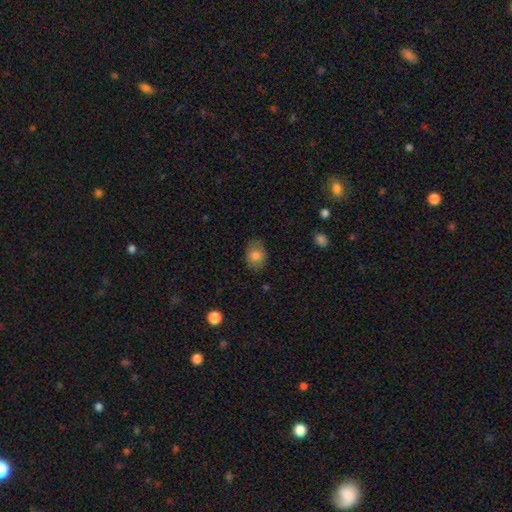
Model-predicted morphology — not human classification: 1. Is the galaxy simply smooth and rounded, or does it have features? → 80% smooth, 11% featured or disk, 8% star or artifact.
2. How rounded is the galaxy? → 70% in between, 29% round, 1% cigar-shaped.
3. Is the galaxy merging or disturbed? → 76% none, 18% minor disturbance, 5% major disturbance, 1% merger.